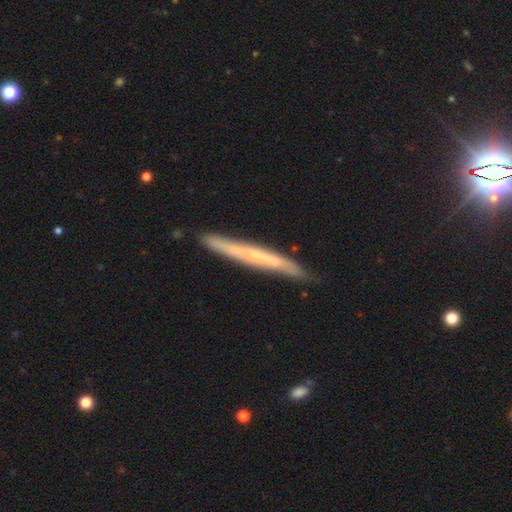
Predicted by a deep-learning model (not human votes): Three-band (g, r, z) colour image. It shows a featured or disk galaxy (57%) viewed edge-on (91%) with no central bulge (70%). Merging: none (83%).